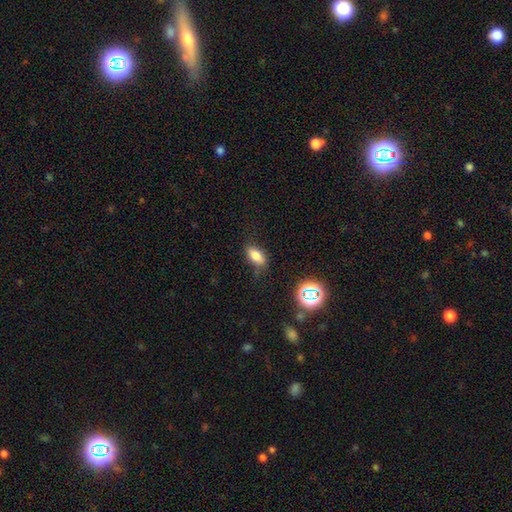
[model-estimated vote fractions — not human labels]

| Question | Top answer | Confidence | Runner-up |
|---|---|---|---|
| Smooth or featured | smooth | 75% | star or artifact (13%) |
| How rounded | in between | 84% | cigar-shaped (10%) |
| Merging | none | 71% | minor disturbance (21%) |